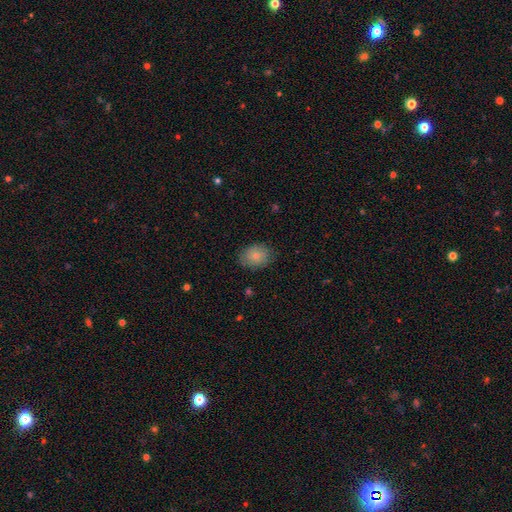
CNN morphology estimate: Smooth or featured? smooth (83%)
How rounded? in between (61%)
Merging? none (82%)